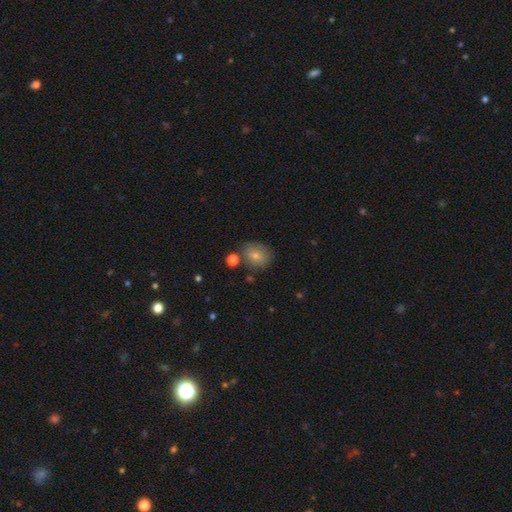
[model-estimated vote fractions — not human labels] Smooth or featured?
  - smooth: 75% *
  - featured or disk: 15%
  - star or artifact: 11%
How rounded?
  - round: 68% *
  - in between: 31%
  - cigar-shaped: 1%
Merging?
  - none: 73% *
  - minor disturbance: 14%
  - merger: 9%
  - major disturbance: 4%